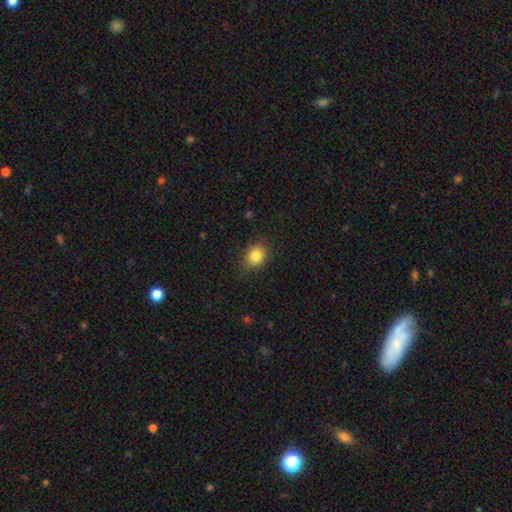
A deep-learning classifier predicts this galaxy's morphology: A smooth galaxy with no disk features (84%) that is round (64%).

Vote fractions:
- Smooth or featured? smooth: 84% / star or artifact: 11% / featured or disk: 6%
- How rounded? round: 64% / in between: 35% / cigar-shaped: 1%
- Merging? none: 86% / minor disturbance: 10% / major disturbance: 3% / merger: 1%